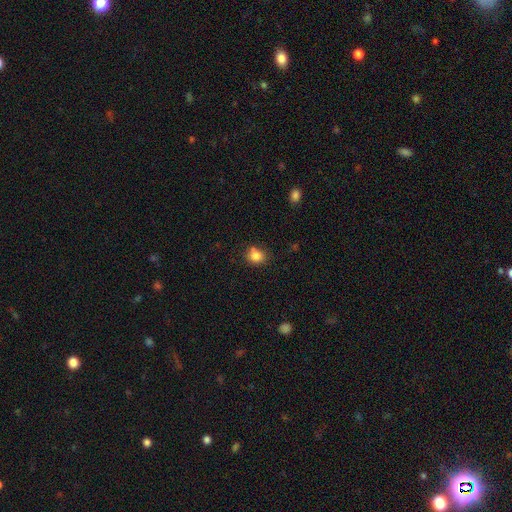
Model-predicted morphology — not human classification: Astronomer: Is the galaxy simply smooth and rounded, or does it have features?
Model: smooth — 83%.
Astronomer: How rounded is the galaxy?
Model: round — 69%.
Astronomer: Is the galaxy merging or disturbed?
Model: none — 67%.